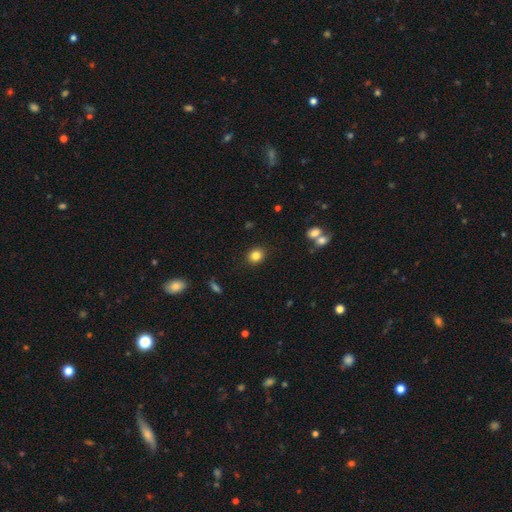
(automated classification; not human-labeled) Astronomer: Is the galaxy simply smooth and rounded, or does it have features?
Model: smooth — 83%.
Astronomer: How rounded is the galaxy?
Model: round — 69%.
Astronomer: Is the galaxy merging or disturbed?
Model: none — 89%.